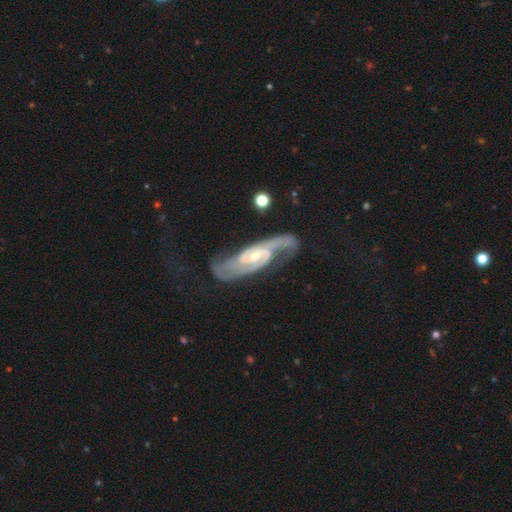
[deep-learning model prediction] Overall: featured or disk (89%). Edge-on disk: no (91%). Bar: no (43%; weak 41%). Spiral arms: yes (97%). Spiral arm count: 2 (84%). Spiral winding: medium (46%; tight 37%). Bulge size: small (57%; moderate 38%). Merging: none (64%).